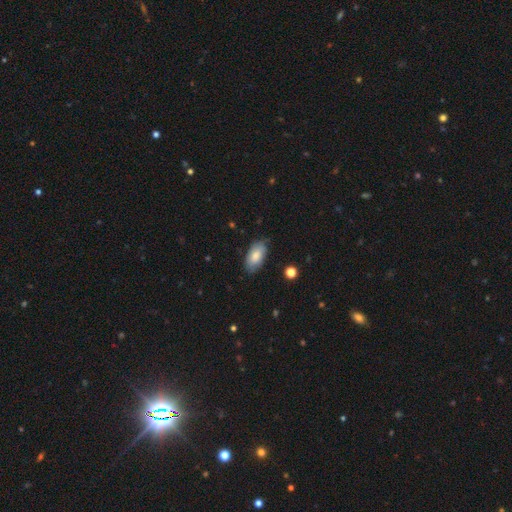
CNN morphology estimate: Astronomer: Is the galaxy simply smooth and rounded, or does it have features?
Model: smooth — 79%.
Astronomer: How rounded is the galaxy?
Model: in between — 93%.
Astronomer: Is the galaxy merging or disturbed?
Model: none — 77%.